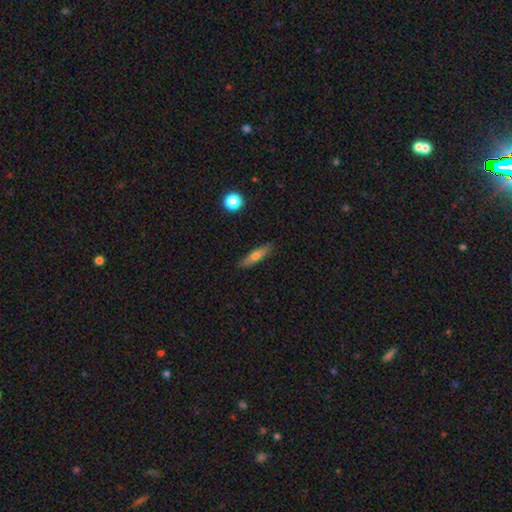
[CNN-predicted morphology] smooth_or_featured: smooth (p=0.57) [alt: featured or disk p=0.36]
how_rounded: cigar-shaped (p=0.71) [alt: in between p=0.26]
merging: none (p=0.88) [alt: minor disturbance p=0.09]